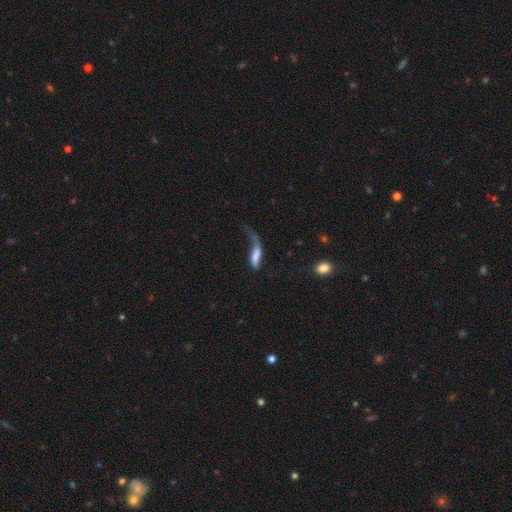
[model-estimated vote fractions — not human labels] The model was most divided on "how rounded": in between: 49%, cigar-shaped: 47%, round: 4%. More confident: smooth or featured — smooth (55%); merging — major disturbance (54%).